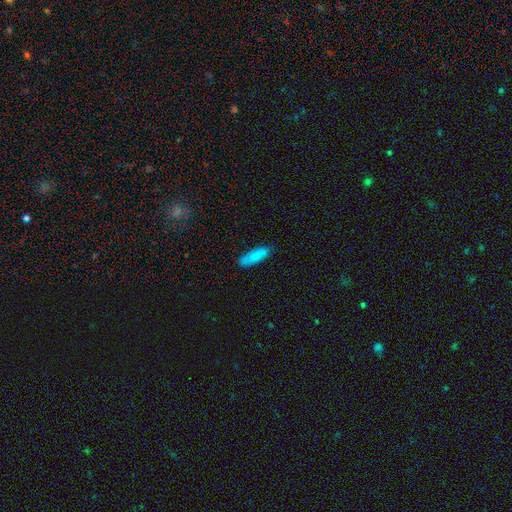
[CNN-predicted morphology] Smooth or featured? Predicted: smooth (p=0.83). How rounded? Predicted: cigar-shaped (p=0.57). Merging? Predicted: none (p=0.83).